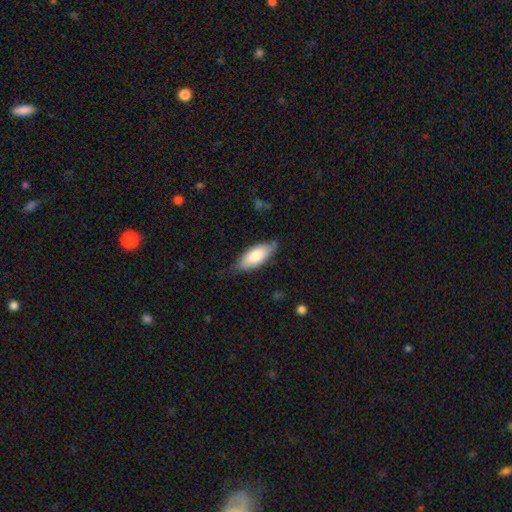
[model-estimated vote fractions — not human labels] A smooth galaxy with no disk features (79%) that is in between round and cigar-shaped (79%). Merging: none (73%).